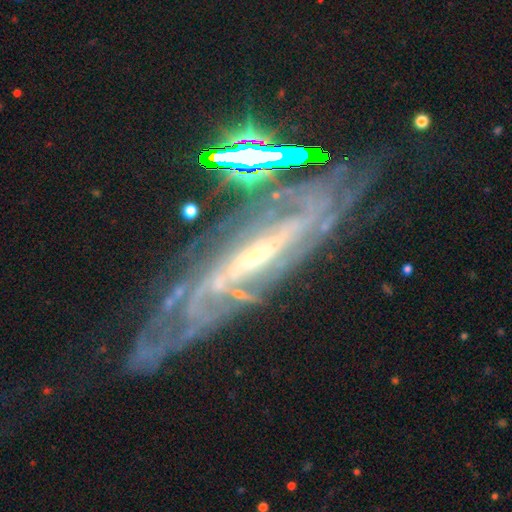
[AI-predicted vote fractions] Smooth or featured?
  - featured or disk: 86% *
  - star or artifact: 8%
  - smooth: 6%
Edge-on disk?
  - no: 80% *
  - yes: 20%
Bar?
  - no: 37% *
  - strong: 32%
  - weak: 31%
Spiral arms?
  - yes: 96% *
  - no: 4%
Spiral winding?
  - tight: 57% *
  - medium: 31%
  - loose: 12%
Spiral arm count?
  - can't tell: 32% *
  - 2: 25%
  - 3: 14%
  - 4: 11%
  - more than 4: 11%
  - 1: 8%
Bulge size?
  - small: 68% *
  - moderate: 23%
  - none: 4%
  - large: 3%
  - dominant: 2%
Merging?
  - none: 65% *
  - minor disturbance: 19%
  - major disturbance: 12%
  - merger: 4%